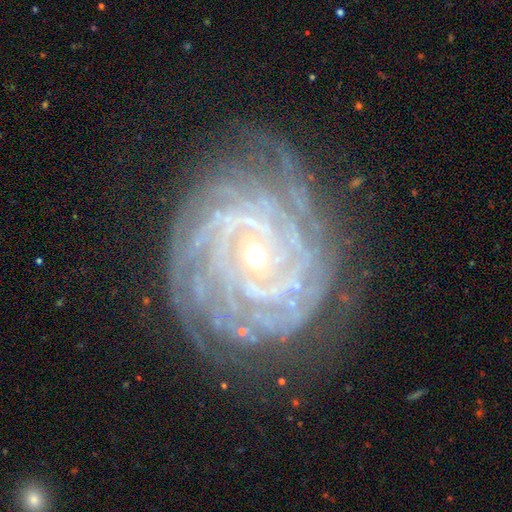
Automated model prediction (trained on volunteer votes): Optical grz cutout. It shows a featured or disk galaxy (91%) with no bar (66%), more than 4 (25%) tight (83%) spiral arms (98%) and a small central bulge (59%). Merging: none (75%).